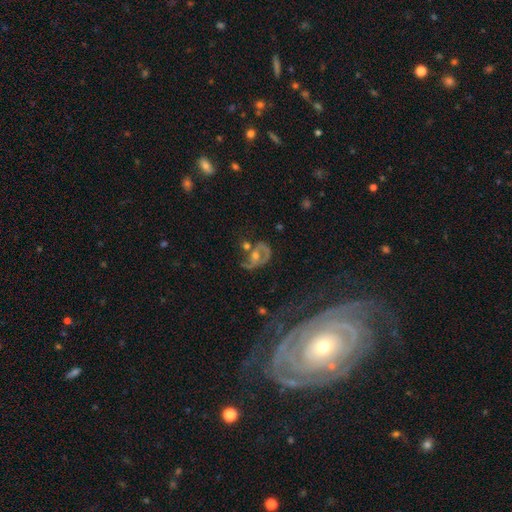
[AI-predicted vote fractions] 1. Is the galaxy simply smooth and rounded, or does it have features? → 69% featured or disk, 19% smooth, 12% star or artifact.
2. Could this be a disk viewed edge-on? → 96% no, 4% yes.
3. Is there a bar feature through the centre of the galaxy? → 63% no, 26% weak, 10% strong.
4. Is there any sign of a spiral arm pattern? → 71% yes, 29% no.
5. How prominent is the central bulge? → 62% moderate, 26% small, 6% large, 4% none, 2% dominant.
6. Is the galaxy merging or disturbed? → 42% none, 22% major disturbance, 19% minor disturbance, 17% merger.